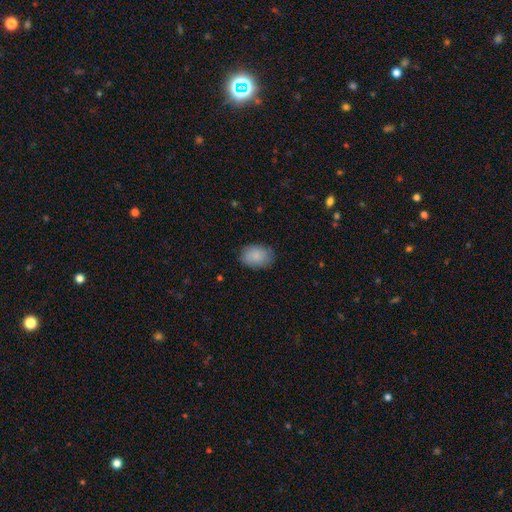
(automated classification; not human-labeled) smooth-or-featured: smooth: 86% | featured or disk: 7% | star or artifact: 7%
  how-rounded: in between: 79% | round: 20% | cigar-shaped: 1%
  merging: none: 81% | minor disturbance: 14% | major disturbance: 3% | merger: 1%